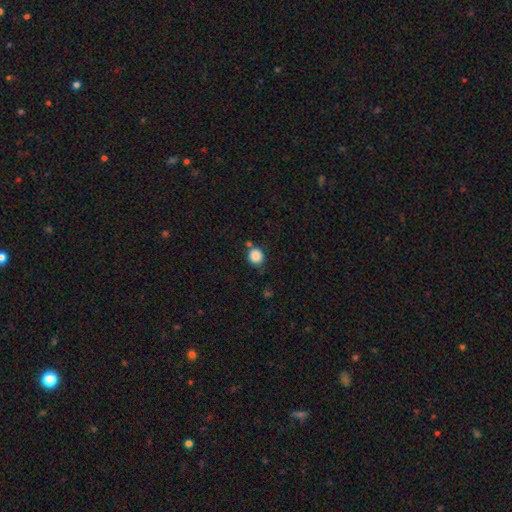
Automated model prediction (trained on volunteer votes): Smooth or featured: smooth — 87% (star or artifact — 10%)
How rounded: round — 90% (in between — 9%)
Merging: none — 77% (minor disturbance — 11%)